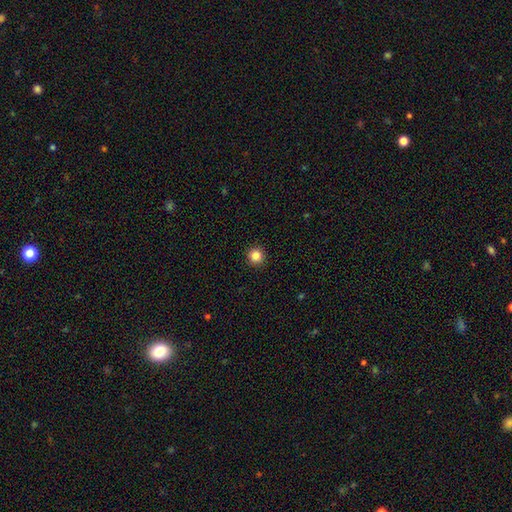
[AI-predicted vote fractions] Smooth or featured? Predicted: smooth (p=0.84). How rounded? Predicted: round (p=0.95). Merging? Predicted: none (p=0.93).